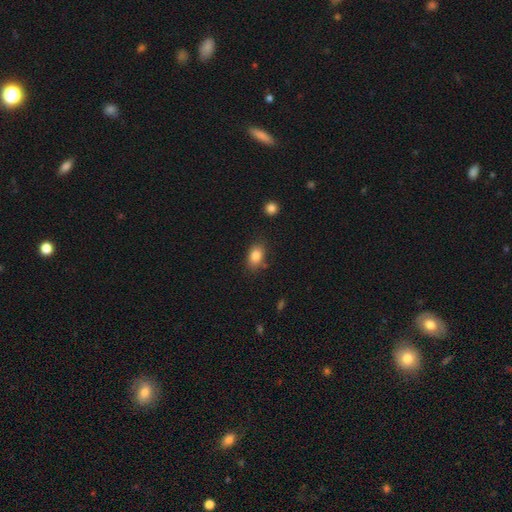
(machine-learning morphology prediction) This appears to be a smooth galaxy with no disk features (84%) that is in between round and cigar-shaped (82%). Merging: none (78%).